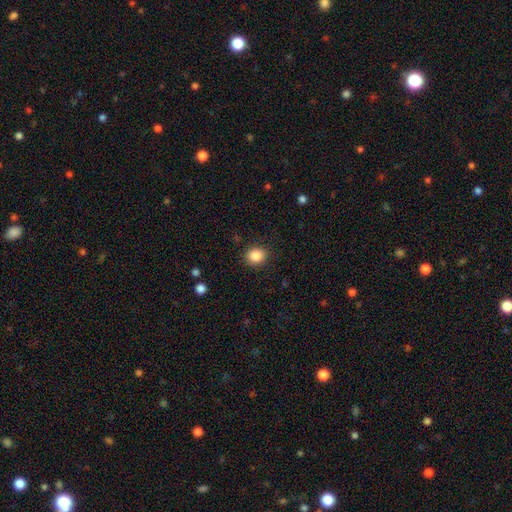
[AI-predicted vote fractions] A smooth galaxy with no disk features (87%) that is round (77%).

Vote fractions:
- Smooth or featured? smooth: 87% / star or artifact: 9% / featured or disk: 3%
- How rounded? round: 77% / in between: 22% / cigar-shaped: 1%
- Merging? none: 88% / minor disturbance: 8% / major disturbance: 3% / merger: 1%